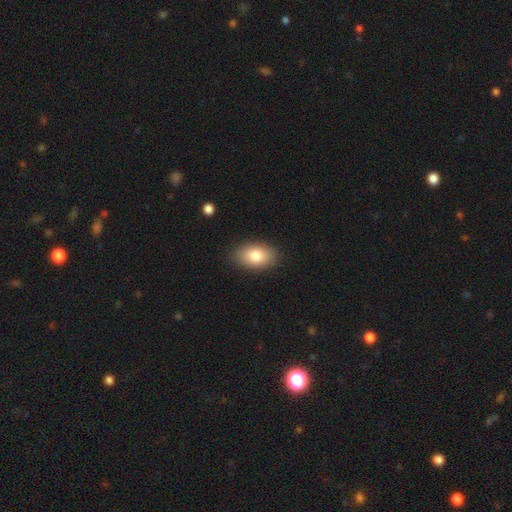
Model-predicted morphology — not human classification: Smooth or featured: smooth — 81% (featured or disk — 11%)
How rounded: in between — 90% (round — 9%)
Merging: none — 87% (minor disturbance — 9%)